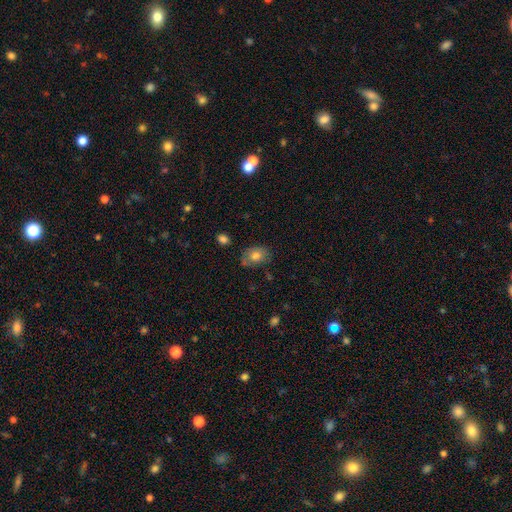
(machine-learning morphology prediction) A smooth galaxy with no disk features (75%) that is in between round and cigar-shaped (68%). Merging: none (71%).